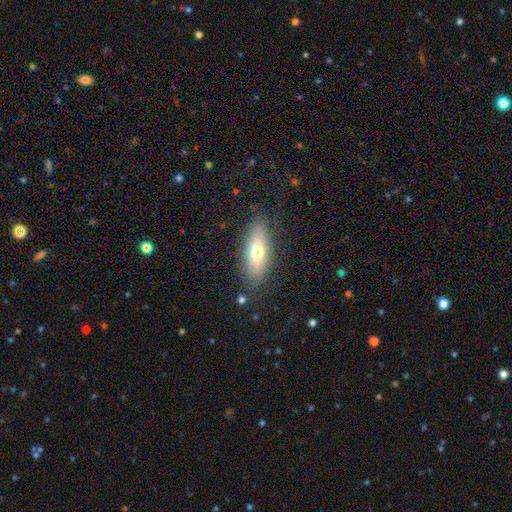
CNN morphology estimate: This appears to be a smooth galaxy with no disk features (64%) that is in between round and cigar-shaped (61%). Merging: none (83%).